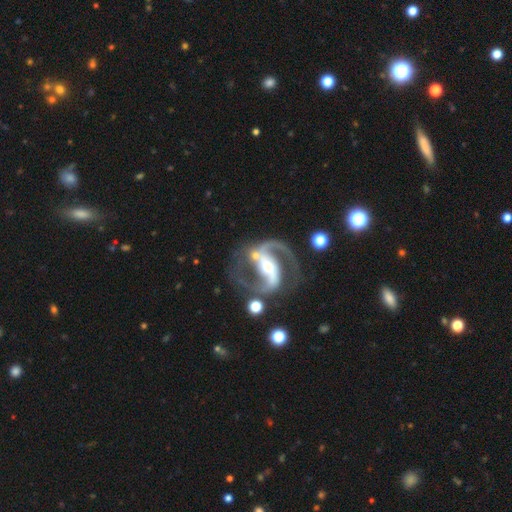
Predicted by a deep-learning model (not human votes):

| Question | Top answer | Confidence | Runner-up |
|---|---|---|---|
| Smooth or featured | featured or disk | 93% | star or artifact (4%) |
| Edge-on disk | no | 98% | yes (2%) |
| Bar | strong | 62% | weak (25%) |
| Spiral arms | yes | 98% | no (2%) |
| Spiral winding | medium | 63% | loose (24%) |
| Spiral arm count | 2 | 94% | 1 (2%) |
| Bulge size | moderate | 51% | small (40%) |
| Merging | none | 70% | minor disturbance (14%) |